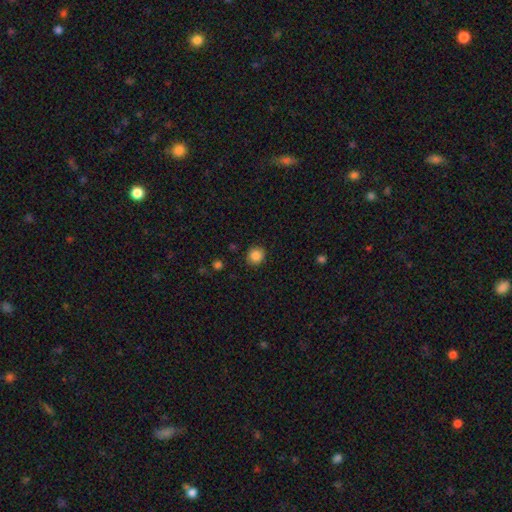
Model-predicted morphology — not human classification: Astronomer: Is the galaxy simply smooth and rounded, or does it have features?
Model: smooth — 86%.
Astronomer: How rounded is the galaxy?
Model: round — 88%.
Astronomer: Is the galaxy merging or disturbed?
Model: none — 89%.